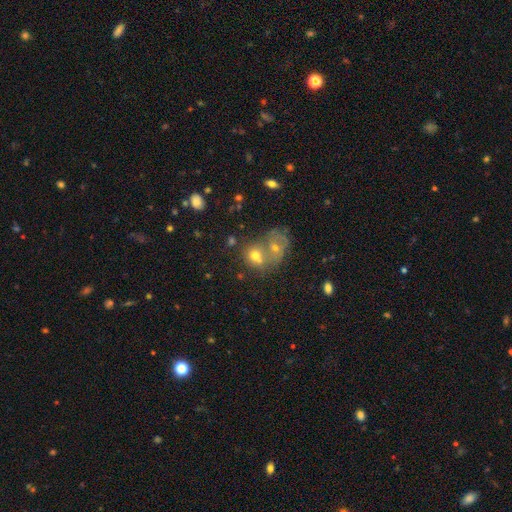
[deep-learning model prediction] A smooth galaxy with no disk features (63%) that is round (64%).

Vote fractions:
- Smooth or featured? smooth: 63% / featured or disk: 22% / star or artifact: 15%
- How rounded? round: 64% / in between: 35% / cigar-shaped: 1%
- Merging? merger: 59% / none: 28% / minor disturbance: 8% / major disturbance: 5%